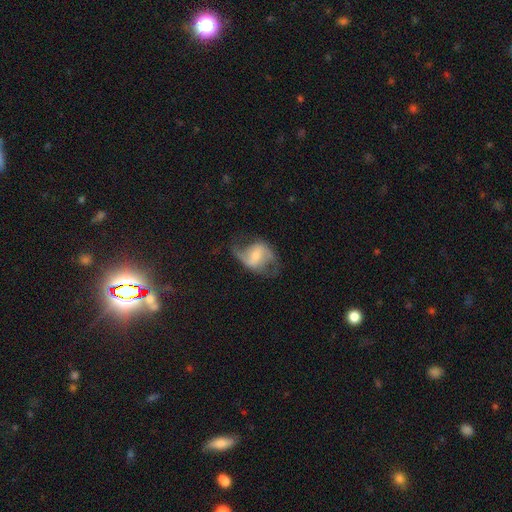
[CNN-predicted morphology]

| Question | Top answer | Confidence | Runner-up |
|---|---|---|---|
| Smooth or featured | featured or disk | 74% | smooth (19%) |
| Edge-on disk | no | 97% | yes (3%) |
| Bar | weak | 48% | no (27%) |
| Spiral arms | yes | 89% | no (11%) |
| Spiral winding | loose | 58% | medium (34%) |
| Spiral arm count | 2 | 86% | can't tell (5%) |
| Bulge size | small | 42% | moderate (41%) |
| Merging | none | 57% | minor disturbance (22%) |